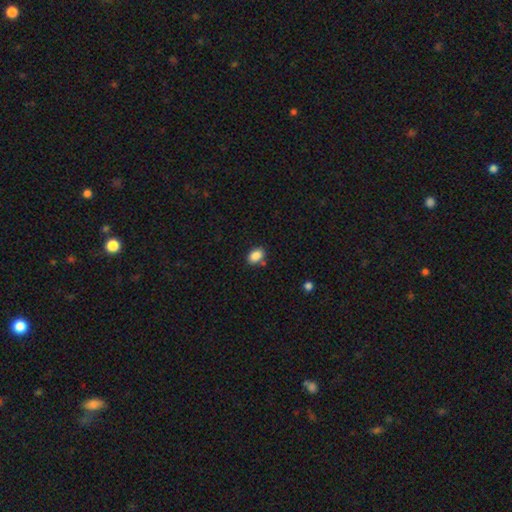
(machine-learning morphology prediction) The model was most divided on "merging": none: 78%, minor disturbance: 13%, merger: 7%, major disturbance: 3%. More confident: smooth or featured — smooth (88%); how rounded — in between (82%).